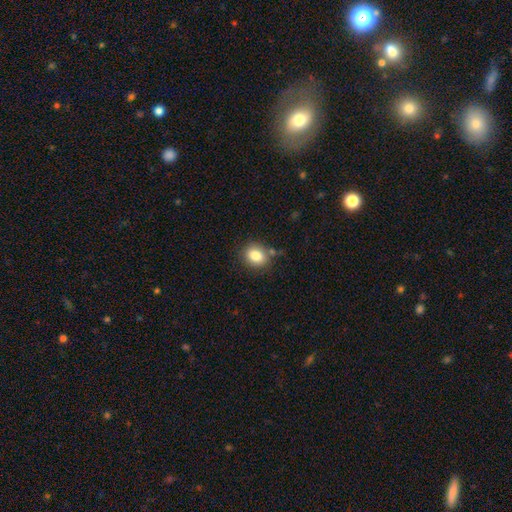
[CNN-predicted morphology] Smooth or featured: smooth — 83% (star or artifact — 10%)
How rounded: round — 58% (in between — 41%)
Merging: none — 78% (minor disturbance — 14%)